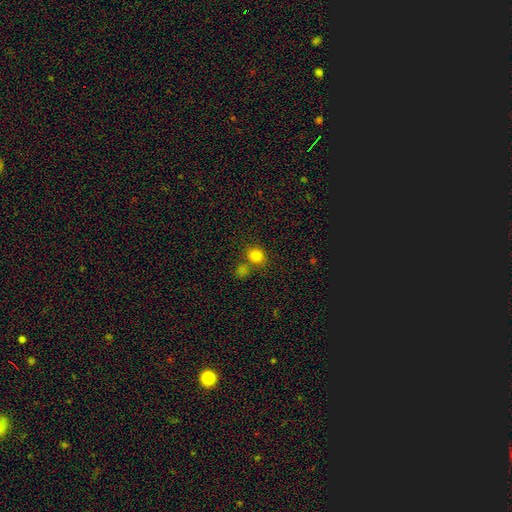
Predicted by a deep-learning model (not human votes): smooth 81%, star or artifact 13%, featured or disk 6%. Down the decision tree: how rounded — round (79%); merging — none (67%).